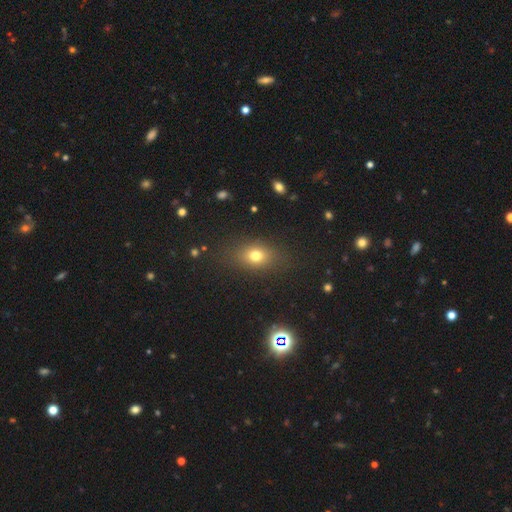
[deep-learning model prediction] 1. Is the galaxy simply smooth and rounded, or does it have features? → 73% smooth, 16% star or artifact, 12% featured or disk.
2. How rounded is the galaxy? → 62% in between, 35% round, 3% cigar-shaped.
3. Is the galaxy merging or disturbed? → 83% none, 11% minor disturbance, 5% major disturbance, 2% merger.